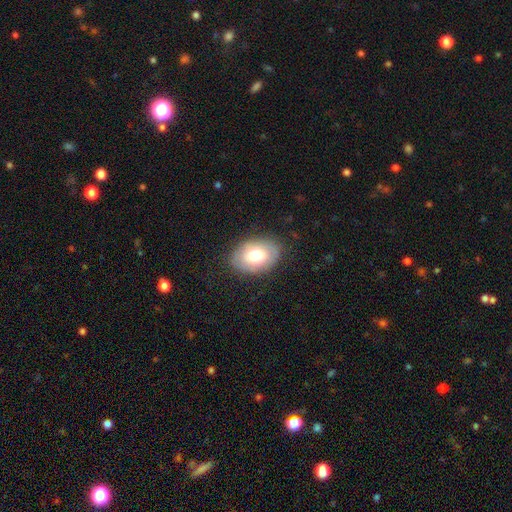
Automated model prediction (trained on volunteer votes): Morphology: type=smooth (73%); roundness=in between (85%); merging=none (82%).